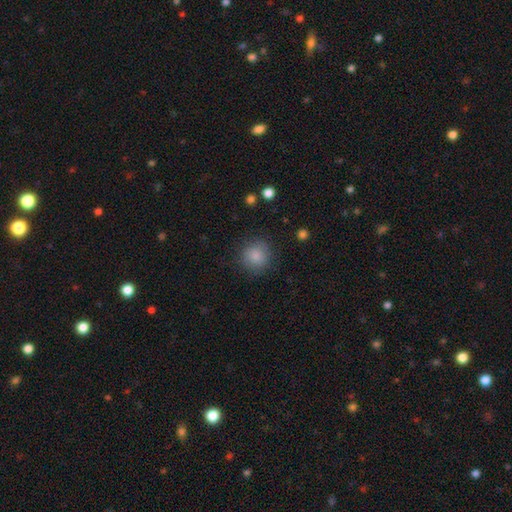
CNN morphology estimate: Overall: smooth (85%). How rounded: round (91%). Merging: none (85%).